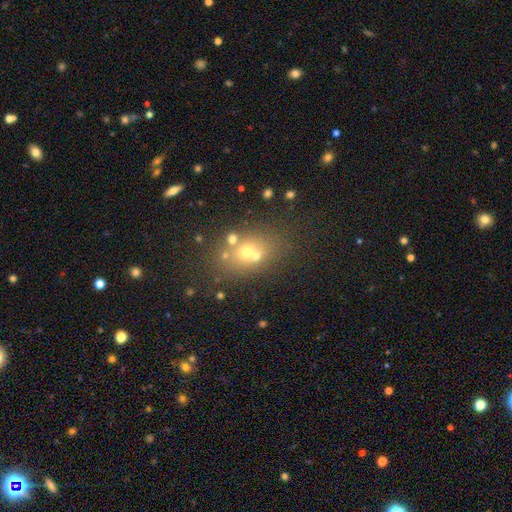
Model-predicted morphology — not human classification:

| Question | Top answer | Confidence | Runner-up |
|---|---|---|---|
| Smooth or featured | smooth | 54% | featured or disk (25%) |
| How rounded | in between | 52% | round (46%) |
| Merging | none | 51% | merger (33%) |